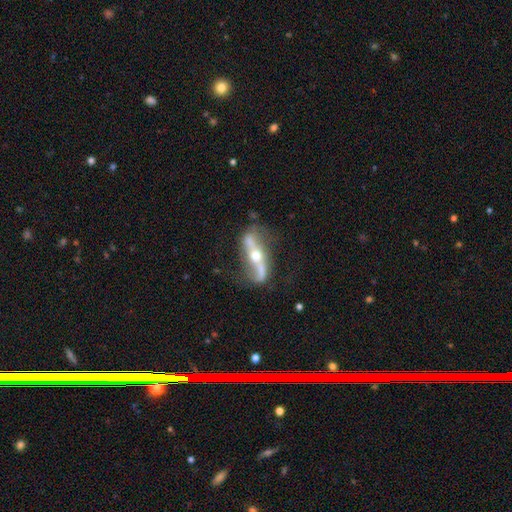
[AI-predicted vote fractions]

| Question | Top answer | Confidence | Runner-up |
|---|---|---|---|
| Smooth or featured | featured or disk | 85% | smooth (9%) |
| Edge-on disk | no | 68% | yes (32%) |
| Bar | strong | 58% | no (26%) |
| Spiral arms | yes | 87% | no (13%) |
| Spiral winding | loose | 77% | medium (16%) |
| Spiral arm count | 2 | 90% | 1 (4%) |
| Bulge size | moderate | 62% | small (32%) |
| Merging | none | 67% | minor disturbance (18%) |